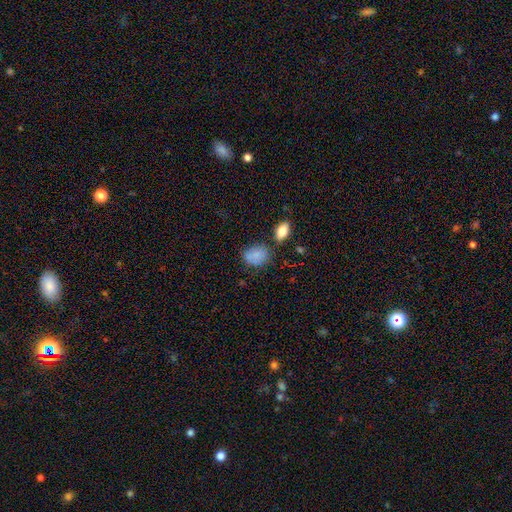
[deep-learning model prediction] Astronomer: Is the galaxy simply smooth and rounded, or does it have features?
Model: smooth — 81%.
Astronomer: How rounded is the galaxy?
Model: in between — 75%.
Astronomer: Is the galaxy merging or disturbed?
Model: none — 57%.